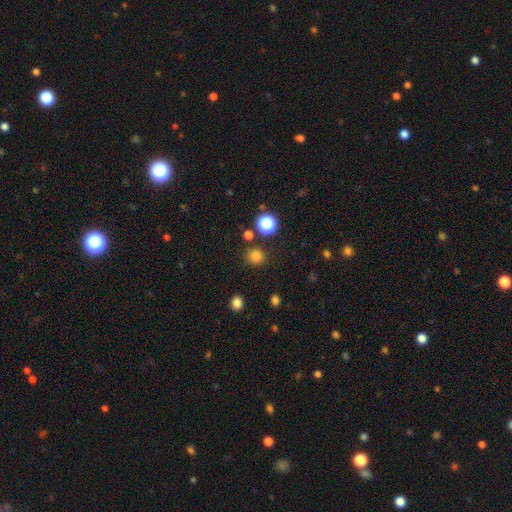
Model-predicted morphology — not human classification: Smooth or featured?
  - smooth: 80% *
  - star or artifact: 16%
  - featured or disk: 4%
How rounded?
  - round: 90% *
  - in between: 9%
  - cigar-shaped: 1%
Merging?
  - none: 85% *
  - minor disturbance: 8%
  - merger: 4%
  - major disturbance: 3%